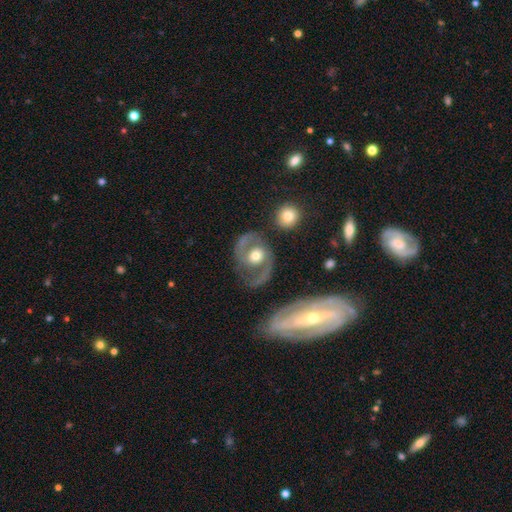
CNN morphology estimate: smooth_or_featured: featured or disk (p=0.82) [alt: smooth p=0.13]
disk_edge_on: no (p=0.97) [alt: yes p=0.03]
bar: no (p=0.64) [alt: weak p=0.27]
has_spiral_arms: yes (p=0.90) [alt: no p=0.10]
spiral_winding: medium (p=0.57) [alt: loose p=0.22]
spiral_arm_count: 2 (p=0.90) [alt: can't tell p=0.03]
bulge_size: moderate (p=0.70) [alt: large p=0.14]
merging: none (p=0.66) [alt: minor disturbance p=0.16]